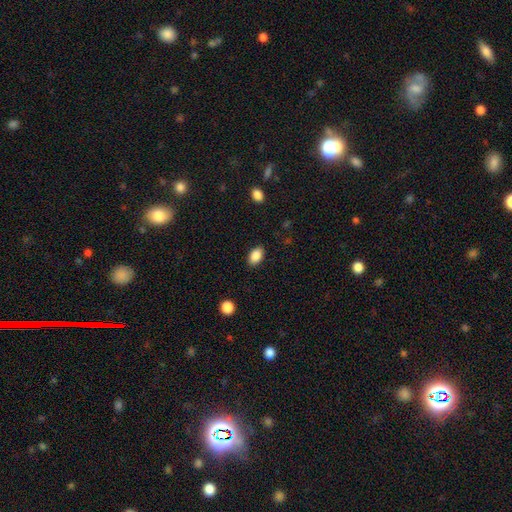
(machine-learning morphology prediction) Smooth or featured? smooth (87%)
How rounded? in between (88%)
Merging? none (87%)